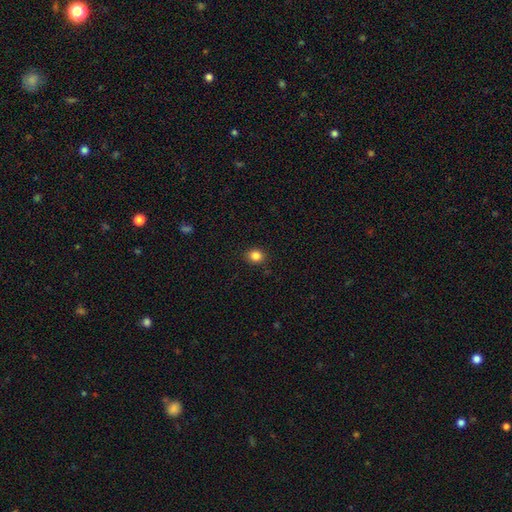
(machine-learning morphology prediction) Smooth or featured?
  - smooth: 84% *
  - star or artifact: 11%
  - featured or disk: 4%
How rounded?
  - round: 69% *
  - in between: 30%
  - cigar-shaped: 1%
Merging?
  - none: 89% *
  - minor disturbance: 8%
  - major disturbance: 2%
  - merger: 1%